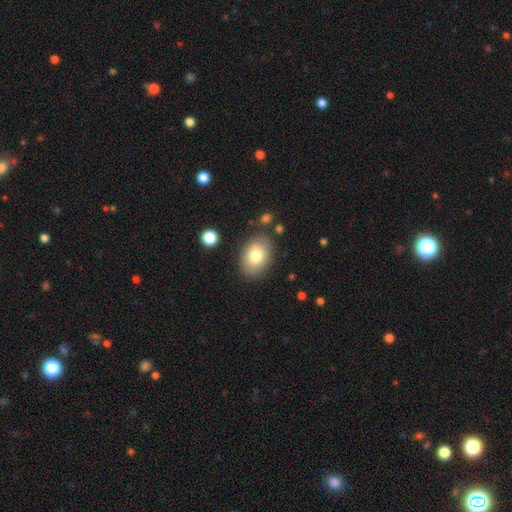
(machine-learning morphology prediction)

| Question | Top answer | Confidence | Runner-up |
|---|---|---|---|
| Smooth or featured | smooth | 77% | featured or disk (15%) |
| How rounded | in between | 79% | round (20%) |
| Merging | none | 82% | minor disturbance (12%) |